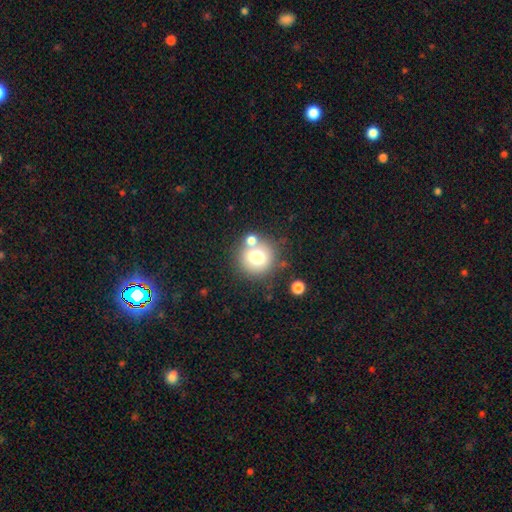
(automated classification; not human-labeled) A smooth galaxy with no disk features (72%) that is round (90%).

Vote fractions:
- Smooth or featured? smooth: 72% / featured or disk: 15% / star or artifact: 13%
- How rounded? round: 90% / in between: 9% / cigar-shaped: 1%
- Merging? none: 69% / merger: 17% / minor disturbance: 11% / major disturbance: 4%